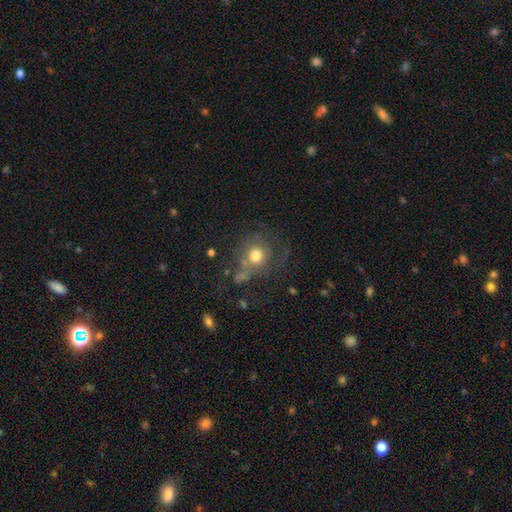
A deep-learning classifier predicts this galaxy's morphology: Smooth or featured?
  - smooth: 48% *
  - featured or disk: 40%
  - star or artifact: 12%
Merging?
  - none: 46% *
  - major disturbance: 28%
  - minor disturbance: 19%
  - merger: 7%